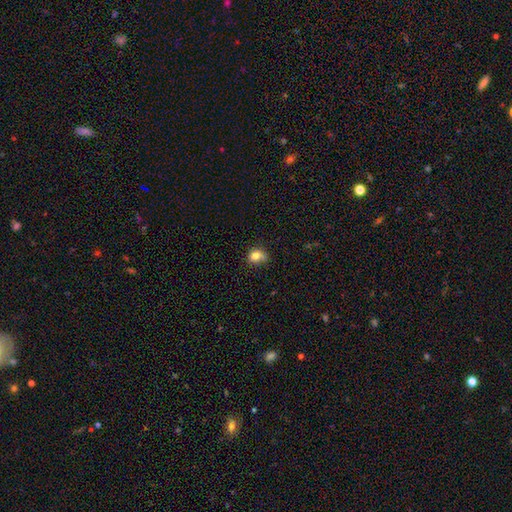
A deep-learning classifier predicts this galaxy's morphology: The model was most divided on "how rounded": round: 53%, in between: 46%, cigar-shaped: 1%. Remaining: smooth or featured — smooth (79%); merging — none (46%).